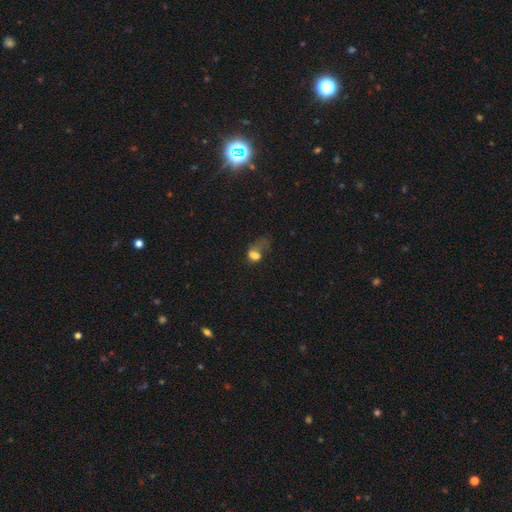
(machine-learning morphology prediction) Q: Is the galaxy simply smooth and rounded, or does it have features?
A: smooth — 61%.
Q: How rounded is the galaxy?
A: in between — 71%.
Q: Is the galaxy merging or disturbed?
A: major disturbance — 53%.